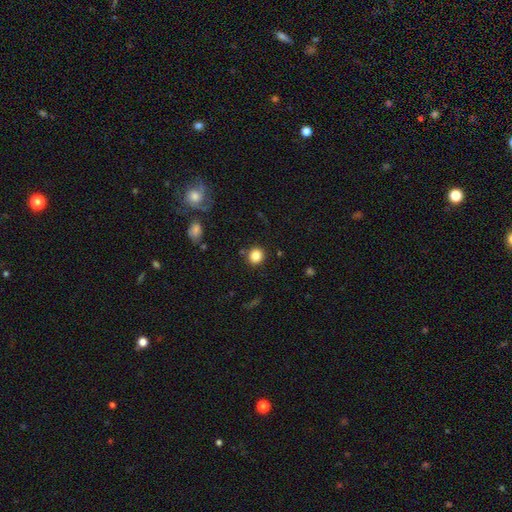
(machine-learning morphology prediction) smooth 86%, star or artifact 10%, featured or disk 4%. Down the decision tree: how rounded — round (87%); merging — none (88%).